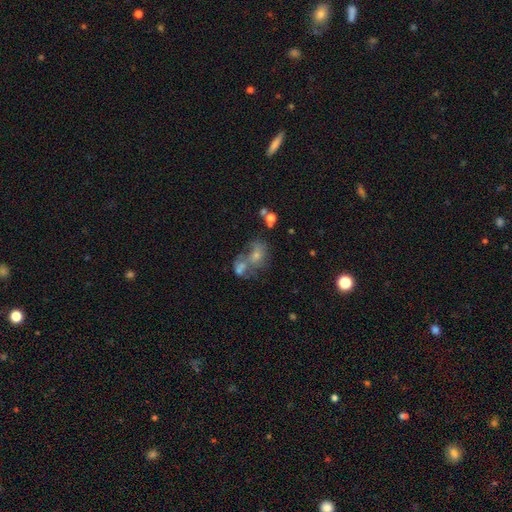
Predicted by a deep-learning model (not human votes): This appears to be a smooth galaxy with no disk features (39%). Merging: merger (49%).